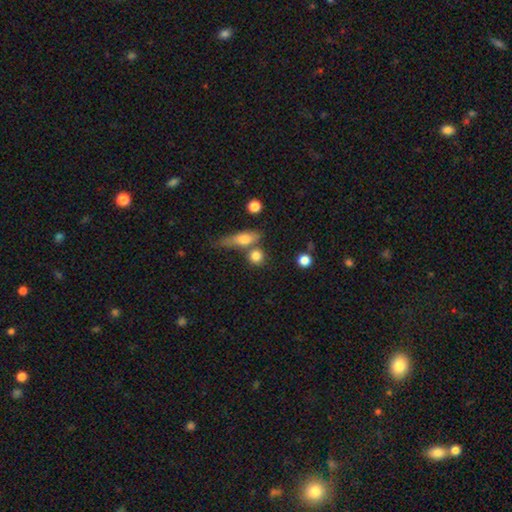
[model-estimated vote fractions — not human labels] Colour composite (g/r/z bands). It shows a smooth galaxy with no disk features (80%) that is round (75%). Merging: none (61%).